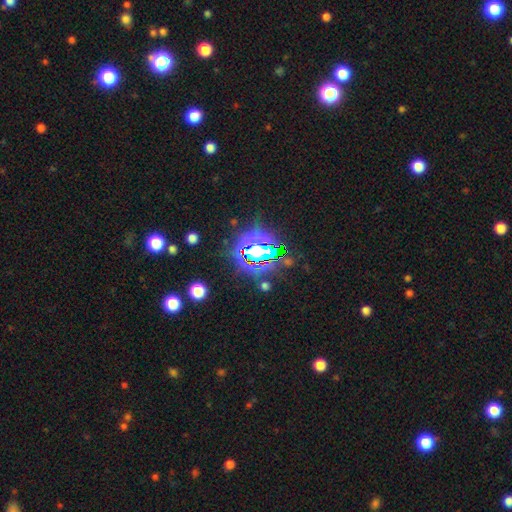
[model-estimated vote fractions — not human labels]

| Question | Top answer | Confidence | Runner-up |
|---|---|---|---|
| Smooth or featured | star or artifact | 70% | smooth (19%) |